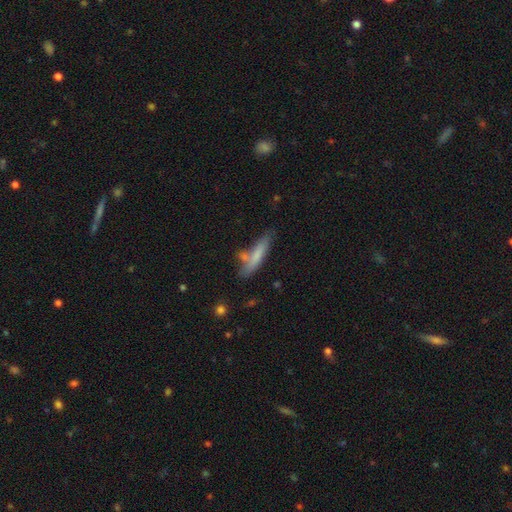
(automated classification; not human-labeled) A smooth galaxy with no disk features (70%) that is cigar-shaped (81%).

Vote fractions:
- Smooth or featured? smooth: 70% / featured or disk: 23% / star or artifact: 7%
- How rounded? cigar-shaped: 81% / in between: 17% / round: 2%
- Merging? none: 62% / minor disturbance: 19% / merger: 13% / major disturbance: 5%